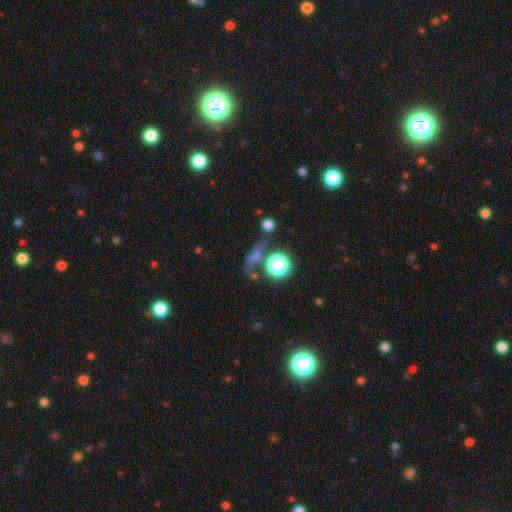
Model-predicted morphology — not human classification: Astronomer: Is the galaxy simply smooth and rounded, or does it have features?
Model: star or artifact — 39% (runner-up: smooth, 34%).